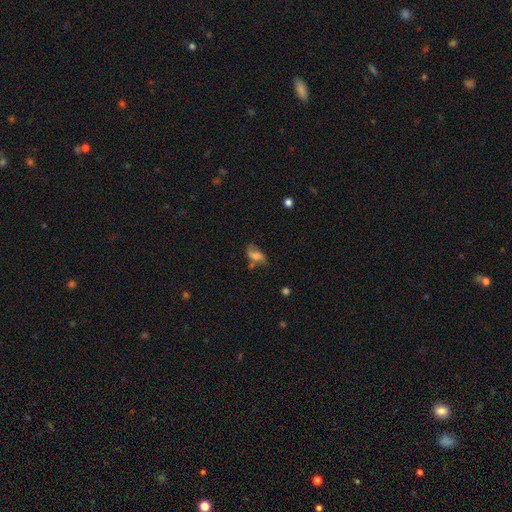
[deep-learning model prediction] This is likely a smooth galaxy (60%). How rounded: clearly in between (86%). Merging: marginally none (42%).